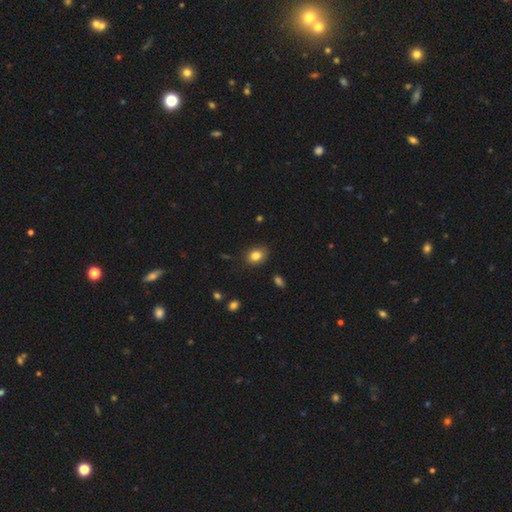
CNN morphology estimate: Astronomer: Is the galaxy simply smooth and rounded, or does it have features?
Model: smooth — 83%.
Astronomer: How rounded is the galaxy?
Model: in between — 67%.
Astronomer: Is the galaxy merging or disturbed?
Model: none — 82%.